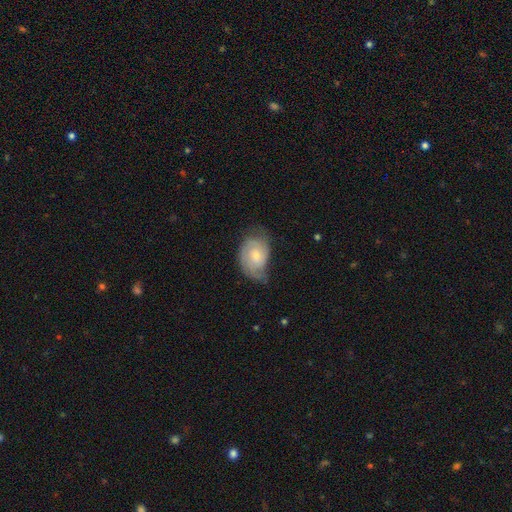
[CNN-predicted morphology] This appears to be a featured or disk galaxy (59%) with no bar (72%), spiral arms (86%) and a small central bulge (54%). Merging: none (46%).